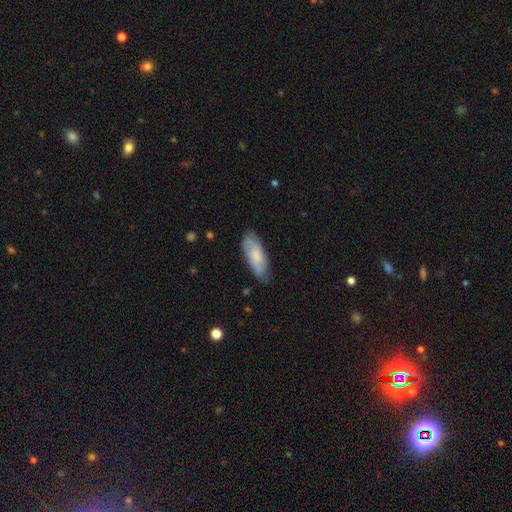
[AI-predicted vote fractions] Smooth or featured? Predicted: smooth (p=0.64). How rounded? Predicted: in between (p=0.70). Merging? Predicted: none (p=0.73).